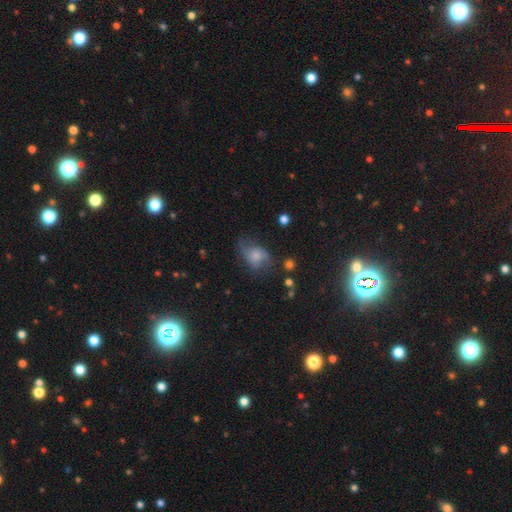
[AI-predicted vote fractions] The model was most divided on "merging": none: 42%, minor disturbance: 30%, major disturbance: 25%, merger: 3%. More confident: how rounded — in between (67%); smooth or featured — smooth (54%).